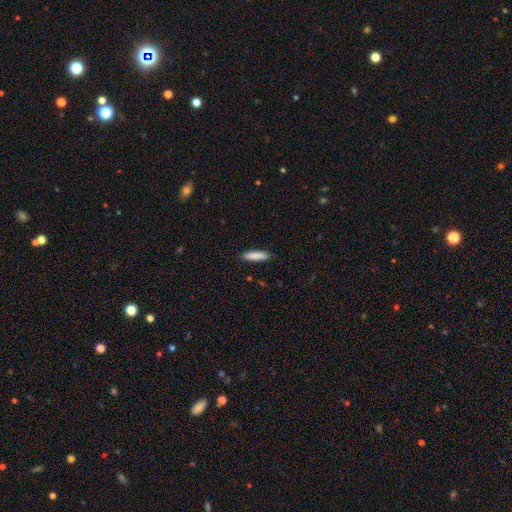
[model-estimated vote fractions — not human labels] Overall: smooth (88%). How rounded: cigar-shaped (75%). Merging: none (90%).